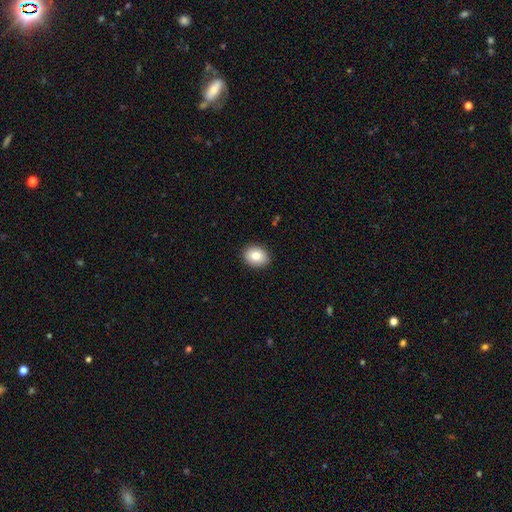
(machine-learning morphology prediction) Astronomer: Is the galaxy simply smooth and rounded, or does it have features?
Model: smooth — 81%.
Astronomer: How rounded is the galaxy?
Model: in between — 50% (runner-up: round, 49%).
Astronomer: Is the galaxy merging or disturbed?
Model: none — 89%.